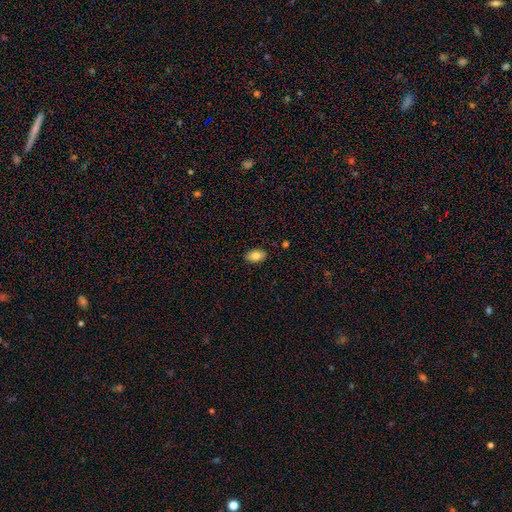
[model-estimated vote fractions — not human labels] The model was most divided on "smooth or featured": smooth: 81%, featured or disk: 12%, star or artifact: 7%. More confident: how rounded — in between (89%); merging — none (88%).